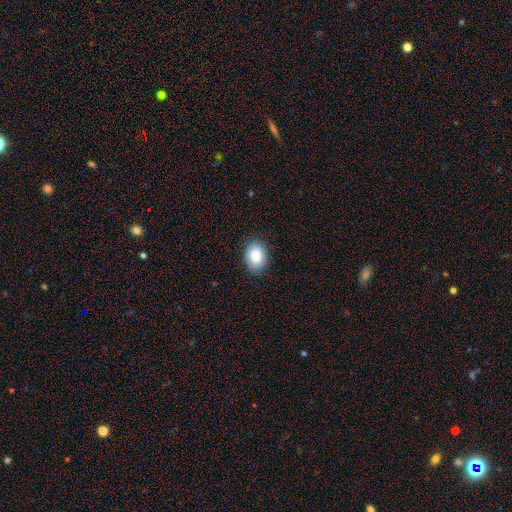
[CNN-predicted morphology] Smooth or featured: smooth — 86% (star or artifact — 8%)
How rounded: in between — 76% (round — 23%)
Merging: none — 87% (minor disturbance — 10%)